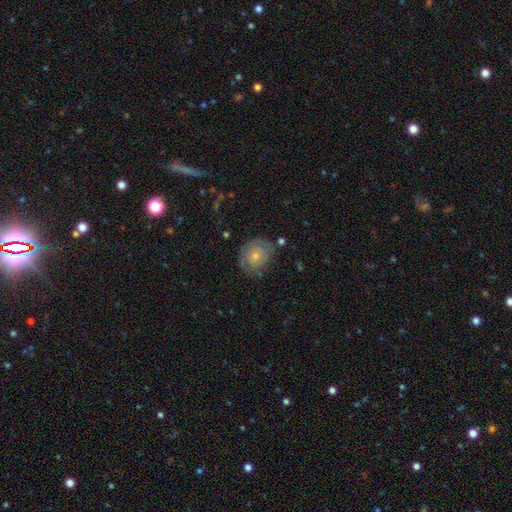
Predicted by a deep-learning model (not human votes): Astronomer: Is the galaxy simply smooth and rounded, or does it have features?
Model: smooth — 55% (runner-up: featured or disk, 37%).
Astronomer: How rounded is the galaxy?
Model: round — 71%.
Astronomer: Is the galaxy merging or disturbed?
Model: none — 67%.